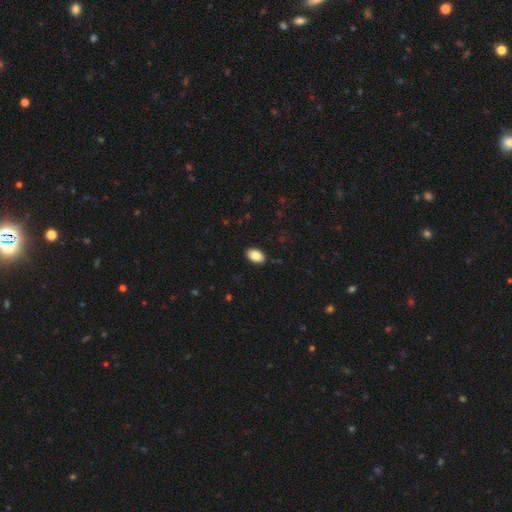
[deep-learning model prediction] Q: Smooth or featured?
A: smooth (85%); runner-up: featured or disk (8%)
Q: How rounded?
A: in between (91%); runner-up: round (8%)
Q: Merging?
A: none (89%); runner-up: minor disturbance (8%)